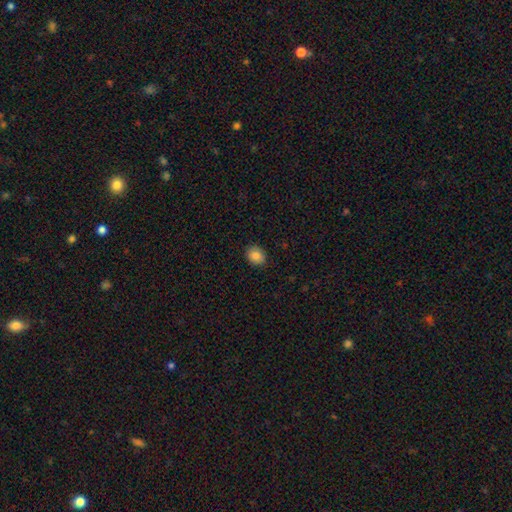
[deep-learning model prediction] The model was most divided on "how rounded": round: 55%, in between: 44%, cigar-shaped: 1%. More confident: merging — none (89%); smooth or featured — smooth (86%).